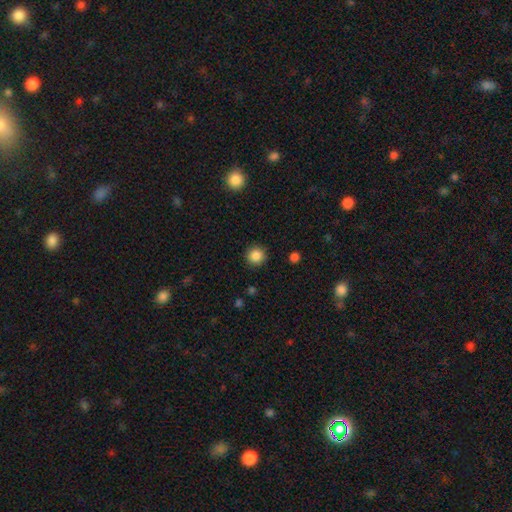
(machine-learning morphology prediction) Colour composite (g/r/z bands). It shows a smooth galaxy with no disk features (86%) that is round (95%). Merging: none (91%).